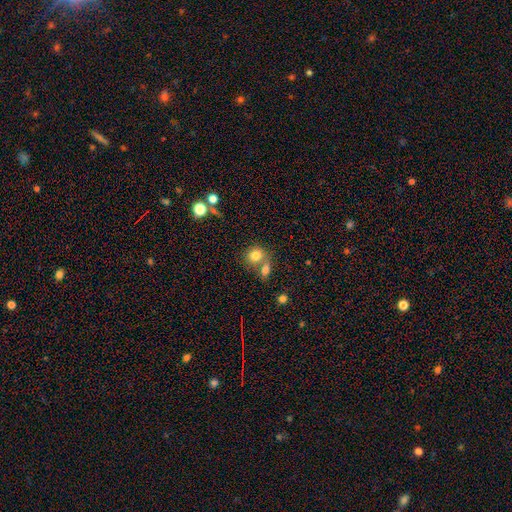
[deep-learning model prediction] This is likely a smooth galaxy (79%). How rounded: likely round (67%). Merging: marginally merger (45%).